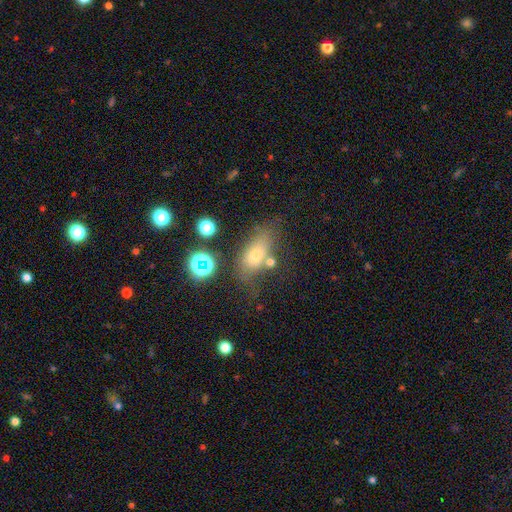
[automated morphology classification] This appears to be a smooth galaxy with no disk features (64%) that is in between round and cigar-shaped (77%). Merging: none (56%).